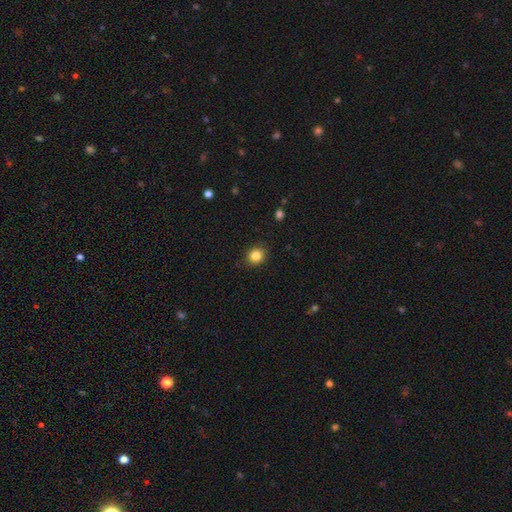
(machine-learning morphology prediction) Q: Smooth or featured?
A: smooth (84%); runner-up: star or artifact (11%)
Q: How rounded?
A: round (77%); runner-up: in between (22%)
Q: Merging?
A: none (87%); runner-up: minor disturbance (9%)